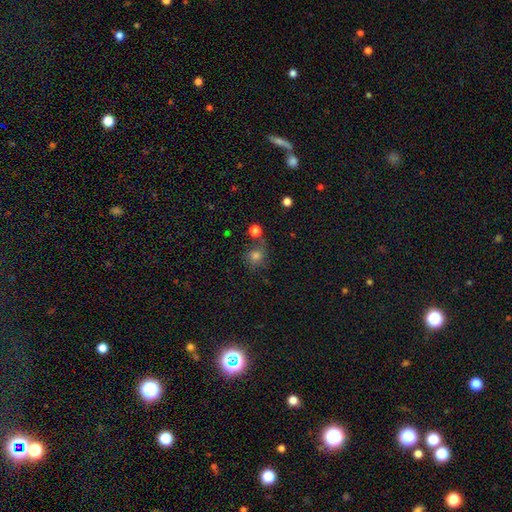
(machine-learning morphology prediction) smooth_or_featured: smooth (p=0.68) [alt: star or artifact p=0.19]
how_rounded: round (p=0.82) [alt: in between p=0.17]
merging: none (p=0.60) [alt: minor disturbance p=0.17]